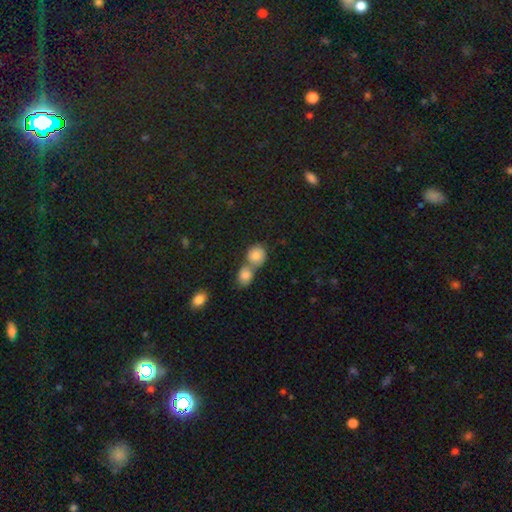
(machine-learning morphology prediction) Smooth or featured? Predicted: smooth (p=0.82). How rounded? Predicted: round (p=0.74). Merging? Predicted: merger (p=0.58).